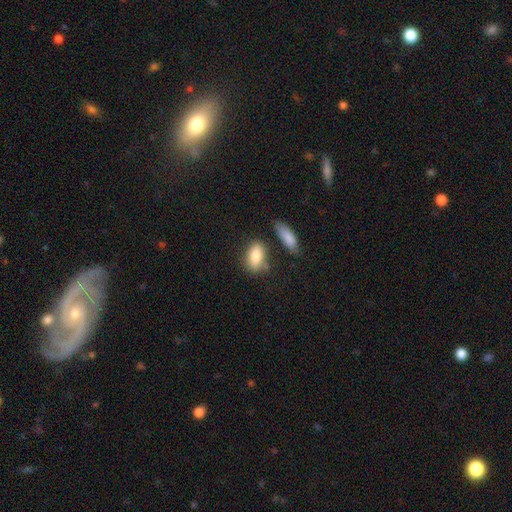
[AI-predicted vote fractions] A smooth galaxy with no disk features (83%) that is in between round and cigar-shaped (86%). Merging: none (60%).